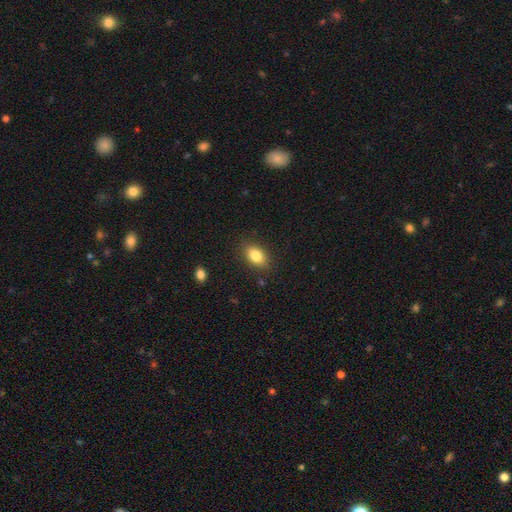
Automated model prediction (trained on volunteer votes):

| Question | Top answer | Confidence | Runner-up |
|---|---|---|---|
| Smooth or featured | smooth | 84% | star or artifact (9%) |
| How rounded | in between | 86% | round (12%) |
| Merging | none | 86% | minor disturbance (10%) |